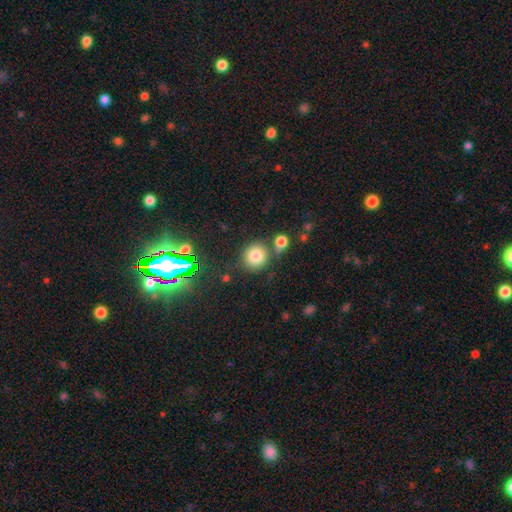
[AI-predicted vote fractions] Overall: smooth (80%). How rounded: round (91%). Merging: none (73%).